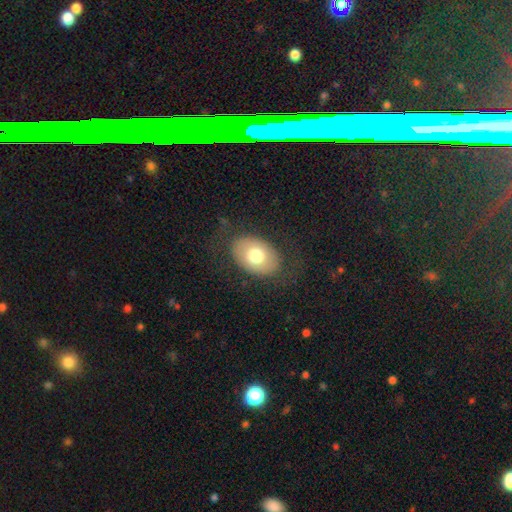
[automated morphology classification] smooth-or-featured: smooth: 69% | featured or disk: 24% | star or artifact: 7%
  how-rounded: in between: 82% | round: 17% | cigar-shaped: 1%
  merging: none: 78% | minor disturbance: 14% | major disturbance: 8% | merger: 1%